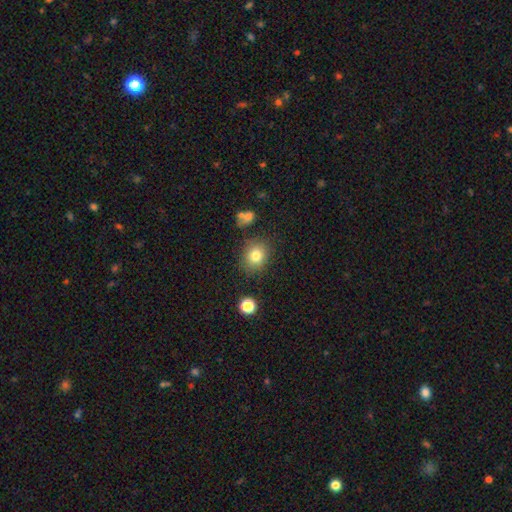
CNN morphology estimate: Smooth or featured? smooth (81%)
How rounded? round (69%)
Merging? none (79%)